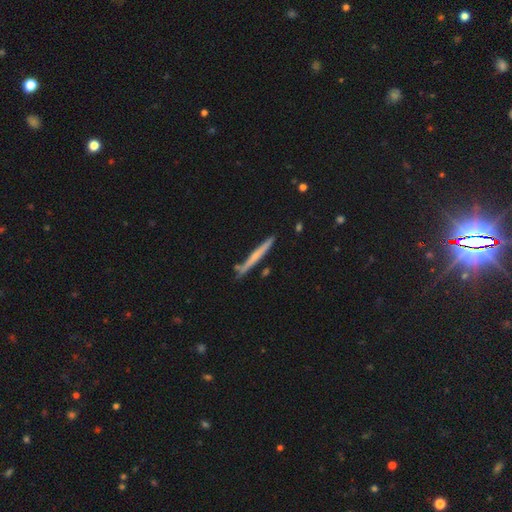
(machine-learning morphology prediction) Overall: featured or disk (49%; smooth 45%). Merging: none (83%).